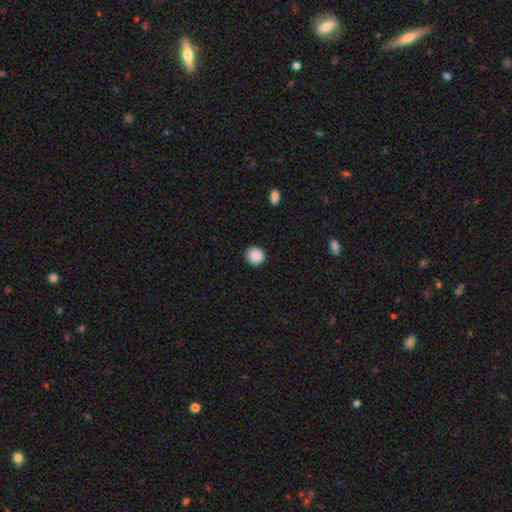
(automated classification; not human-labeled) Smooth or featured?
  - smooth: 89% *
  - star or artifact: 8%
  - featured or disk: 2%
How rounded?
  - round: 93% *
  - in between: 6%
  - cigar-shaped: 1%
Merging?
  - none: 92% *
  - minor disturbance: 6%
  - major disturbance: 2%
  - merger: 1%